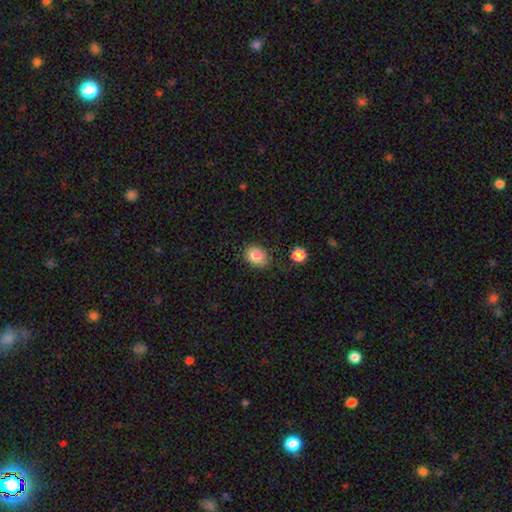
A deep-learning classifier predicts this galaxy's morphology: A smooth galaxy with no disk features (84%) that is in between round and cigar-shaped (62%). Merging: none (76%).